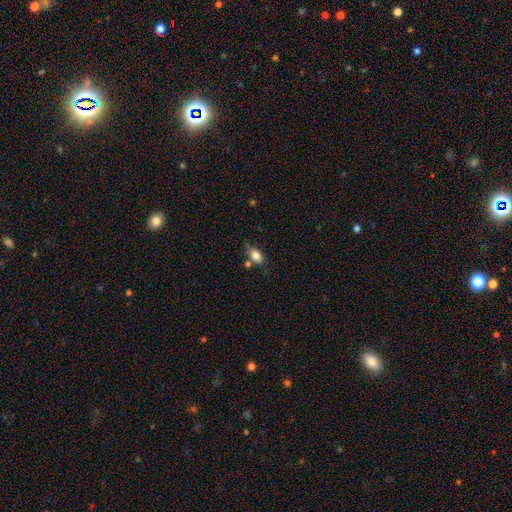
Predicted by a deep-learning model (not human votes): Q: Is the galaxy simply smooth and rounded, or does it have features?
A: smooth — 82%.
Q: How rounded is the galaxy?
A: in between — 86%.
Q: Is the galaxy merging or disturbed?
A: none — 59%.